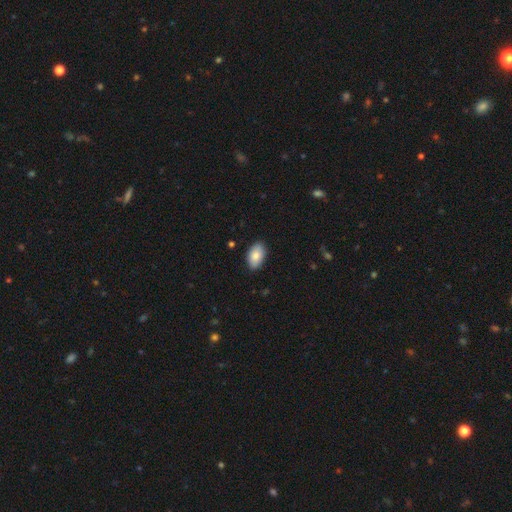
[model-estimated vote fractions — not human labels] Smooth or featured?
  - smooth: 85% *
  - featured or disk: 9%
  - star or artifact: 6%
How rounded?
  - in between: 94% *
  - round: 5%
  - cigar-shaped: 1%
Merging?
  - none: 88% *
  - minor disturbance: 10%
  - major disturbance: 2%
  - merger: 1%